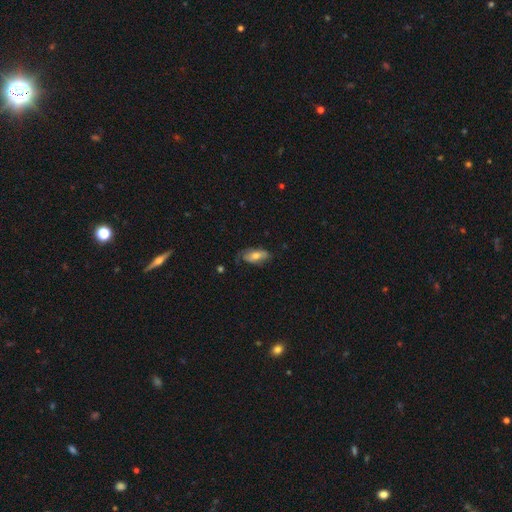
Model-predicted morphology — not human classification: smooth-or-featured: smooth: 59% | featured or disk: 34% | star or artifact: 7%
  how-rounded: in between: 87% | cigar-shaped: 10% | round: 4%
  merging: none: 63% | minor disturbance: 27% | major disturbance: 8% | merger: 2%